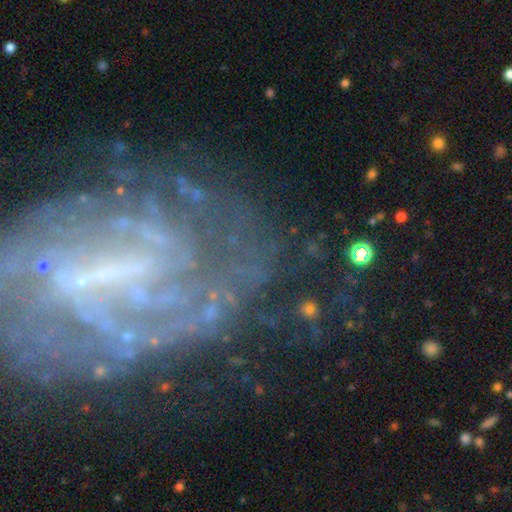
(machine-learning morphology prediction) A featured or disk galaxy (70%) with no bar (45%), tight (55%) spiral arms (81%) and a small central bulge (49%). Merging: none (61%).